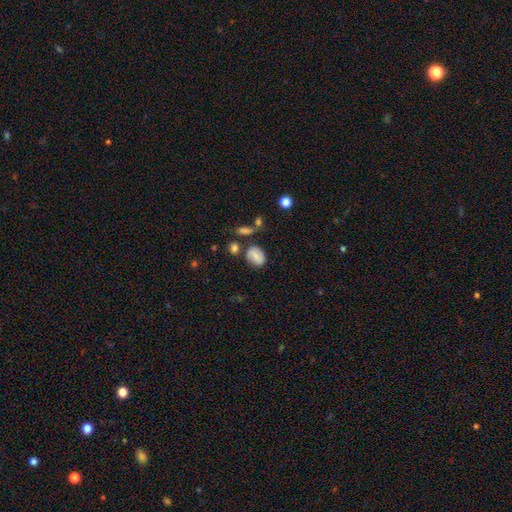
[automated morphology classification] Q: Smooth or featured?
A: smooth (72%); runner-up: featured or disk (18%)
Q: How rounded?
A: in between (72%); runner-up: round (27%)
Q: Merging?
A: none (60%); runner-up: minor disturbance (20%)